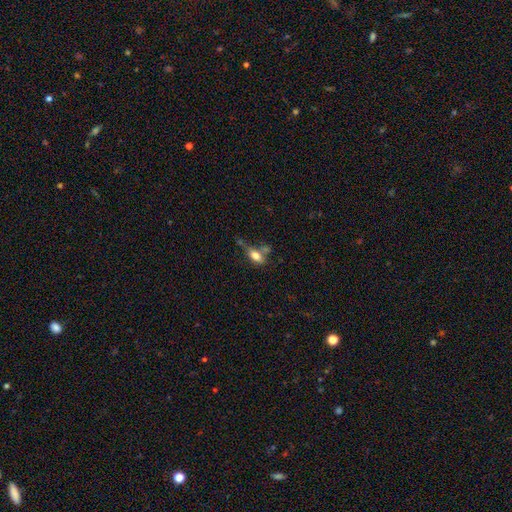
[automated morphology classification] Smooth or featured: smooth — 70% (featured or disk — 19%)
How rounded: in between — 80% (cigar-shaped — 12%)
Merging: none — 39% (merger — 26%)